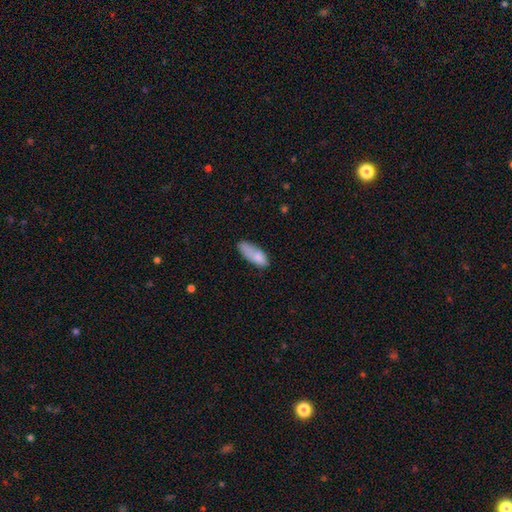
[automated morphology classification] smooth-or-featured: smooth: 78% | featured or disk: 14% | star or artifact: 8%
  how-rounded: in between: 71% | cigar-shaped: 26% | round: 3%
  merging: none: 41% | minor disturbance: 31% | major disturbance: 16% | merger: 12%